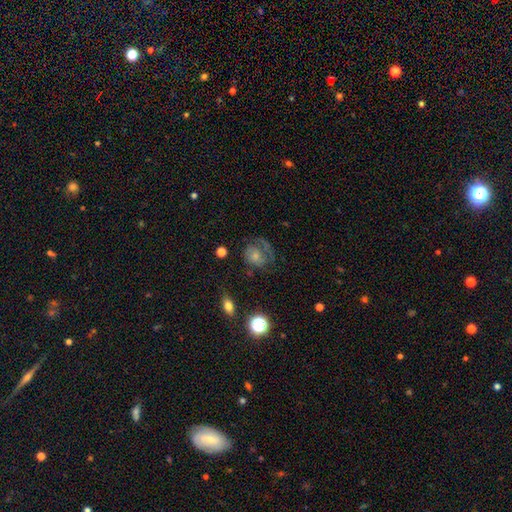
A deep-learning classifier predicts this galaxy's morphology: This appears to be a smooth galaxy with no disk features (45%). Merging: none (41%).